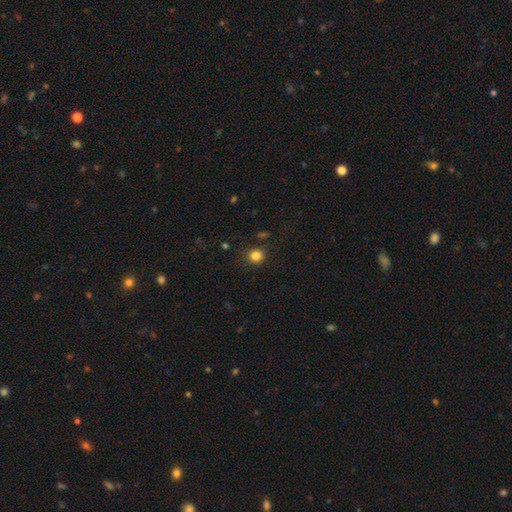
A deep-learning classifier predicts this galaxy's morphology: Smooth or featured?
  - smooth: 83% *
  - star or artifact: 12%
  - featured or disk: 4%
How rounded?
  - round: 90% *
  - in between: 9%
  - cigar-shaped: 1%
Merging?
  - none: 85% *
  - minor disturbance: 9%
  - major disturbance: 3%
  - merger: 2%